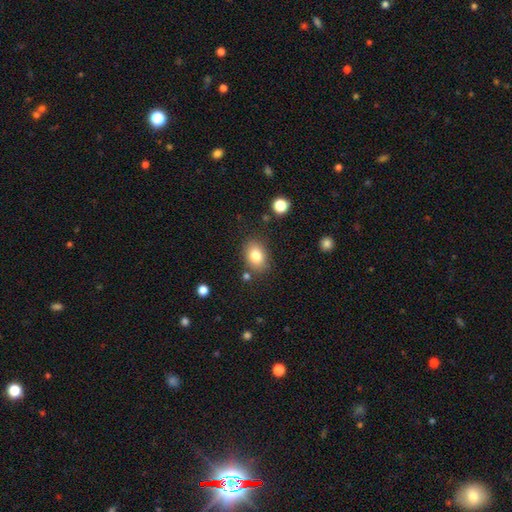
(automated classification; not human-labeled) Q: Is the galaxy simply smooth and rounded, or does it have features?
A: smooth — 81%.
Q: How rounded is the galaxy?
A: in between — 67%.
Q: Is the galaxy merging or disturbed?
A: none — 81%.